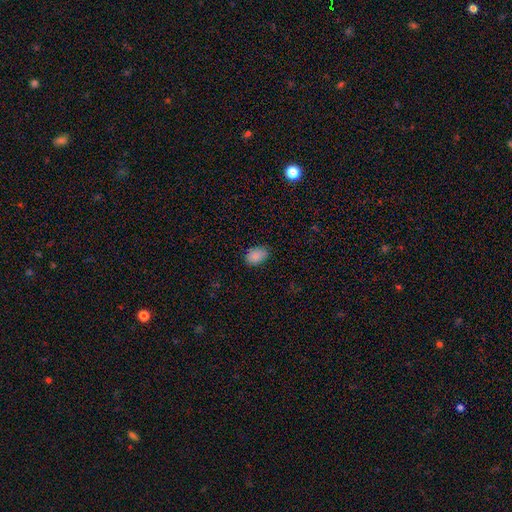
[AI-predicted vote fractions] A smooth galaxy with no disk features (86%) that is in between round and cigar-shaped (83%).

Vote fractions:
- Smooth or featured? smooth: 86% / star or artifact: 8% / featured or disk: 5%
- How rounded? in between: 83% / round: 16% / cigar-shaped: 1%
- Merging? none: 81% / minor disturbance: 15% / major disturbance: 3% / merger: 1%